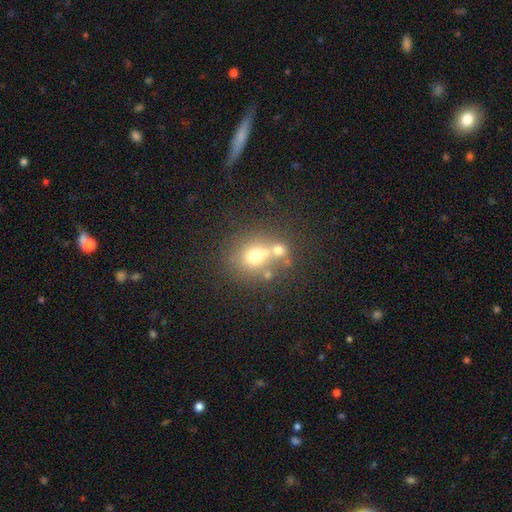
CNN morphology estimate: Smooth or featured? smooth (63%)
How rounded? round (76%)
Merging? none (44%)